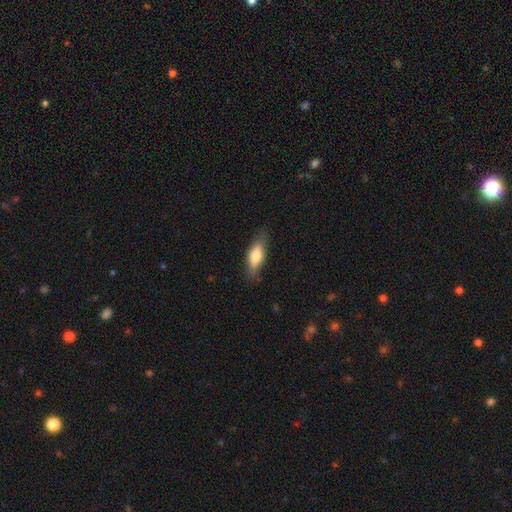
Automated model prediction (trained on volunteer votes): Smooth or featured: smooth — 66% (featured or disk — 27%)
How rounded: in between — 66% (cigar-shaped — 32%)
Merging: none — 75% (minor disturbance — 20%)